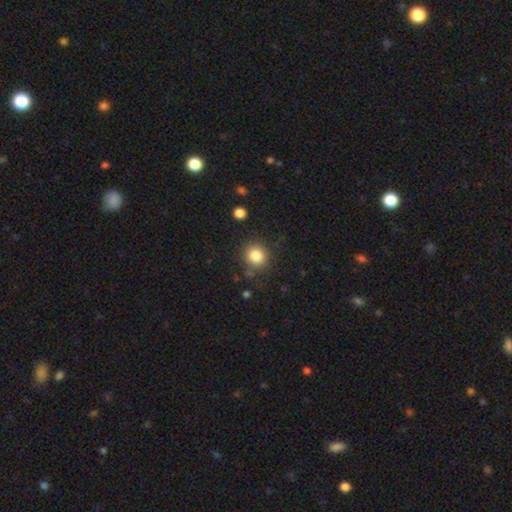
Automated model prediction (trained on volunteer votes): Smooth or featured? Predicted: smooth (p=0.83). How rounded? Predicted: round (p=0.90). Merging? Predicted: none (p=0.83).